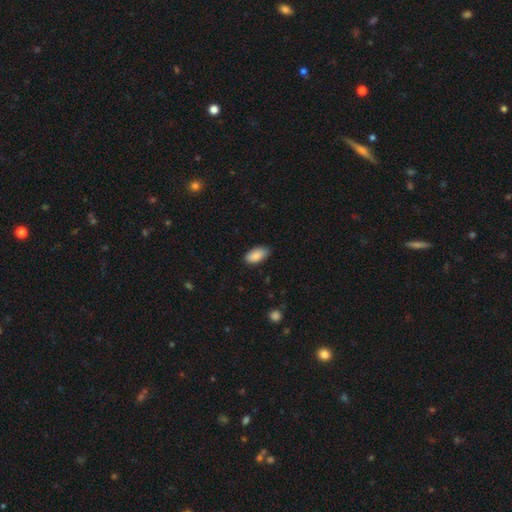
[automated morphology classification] The model was most divided on "merging": none: 82%, minor disturbance: 15%, major disturbance: 2%, merger: 1%. More confident: how rounded — in between (94%); smooth or featured — smooth (88%).